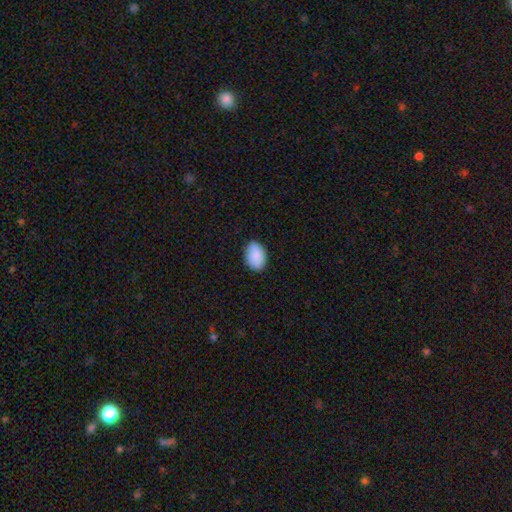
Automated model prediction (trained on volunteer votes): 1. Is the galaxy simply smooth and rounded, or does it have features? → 90% smooth, 6% star or artifact, 4% featured or disk.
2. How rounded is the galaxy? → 89% in between, 10% round, 1% cigar-shaped.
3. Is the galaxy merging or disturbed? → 87% none, 11% minor disturbance, 2% major disturbance, 1% merger.